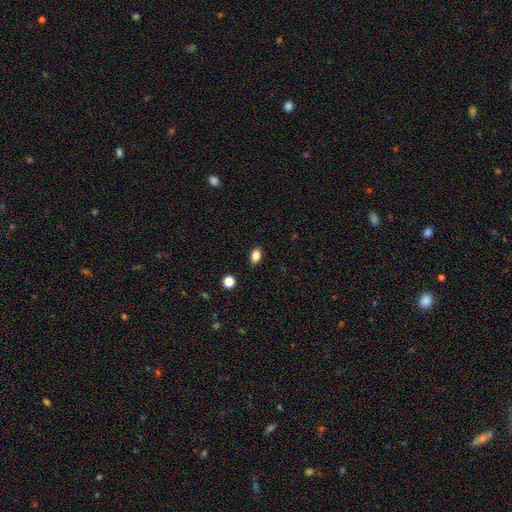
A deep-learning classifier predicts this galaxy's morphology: Smooth or featured: smooth — 84% (star or artifact — 10%)
How rounded: in between — 85% (round — 13%)
Merging: none — 89% (minor disturbance — 8%)